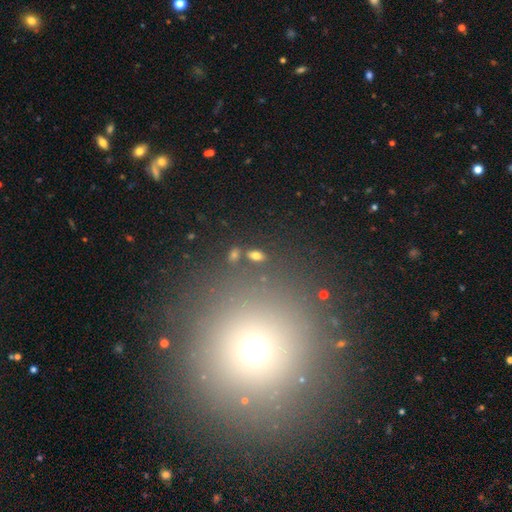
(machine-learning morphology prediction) Smooth or featured?
  - smooth: 75% *
  - star or artifact: 14%
  - featured or disk: 10%
How rounded?
  - in between: 89% *
  - round: 6%
  - cigar-shaped: 5%
Merging?
  - none: 80% *
  - minor disturbance: 10%
  - merger: 6%
  - major disturbance: 4%